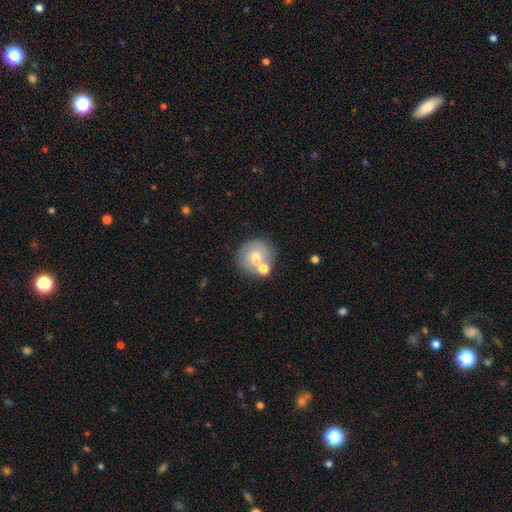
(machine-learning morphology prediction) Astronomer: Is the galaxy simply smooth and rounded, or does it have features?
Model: smooth — 61%.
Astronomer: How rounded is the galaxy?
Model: round — 88%.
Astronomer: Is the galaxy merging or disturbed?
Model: none — 60%.